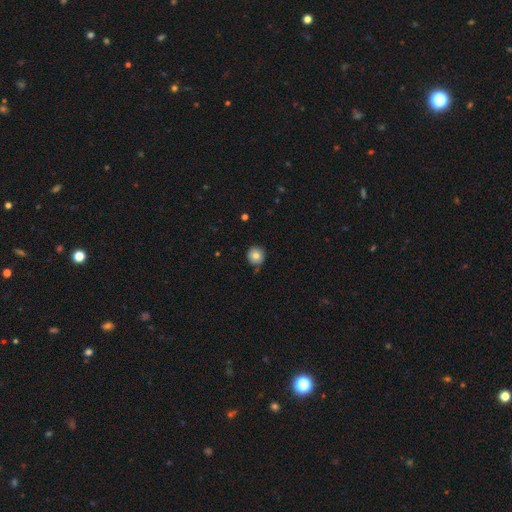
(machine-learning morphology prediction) smooth 77%, featured or disk 14%, star or artifact 10%. Down the decision tree: how rounded — round (93%); merging — none (81%).